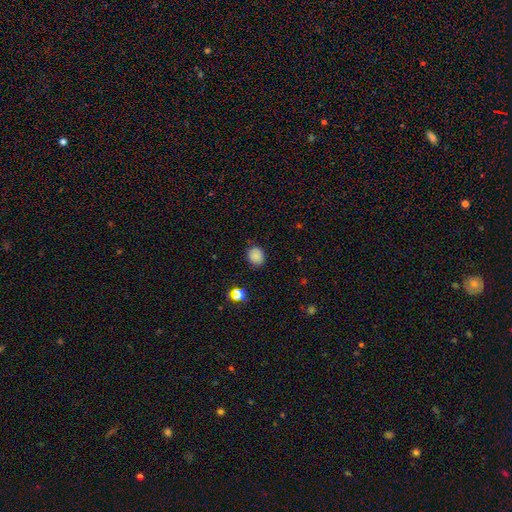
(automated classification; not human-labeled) This appears to be a smooth galaxy with no disk features (85%) that is round (72%). Merging: none (84%).